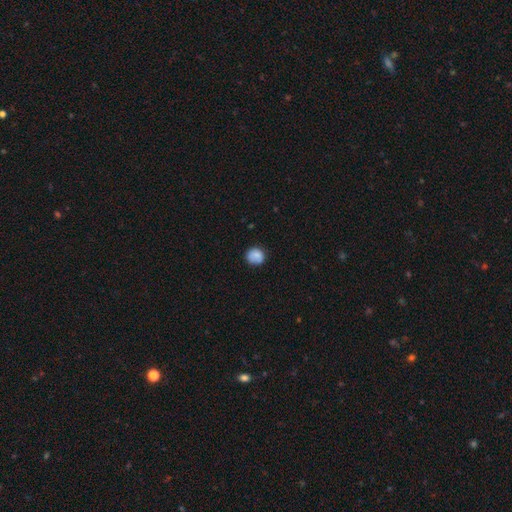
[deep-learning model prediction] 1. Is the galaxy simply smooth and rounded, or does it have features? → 82% smooth, 9% featured or disk, 8% star or artifact.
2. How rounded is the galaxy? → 87% round, 12% in between, 1% cigar-shaped.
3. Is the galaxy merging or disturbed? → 78% none, 16% minor disturbance, 4% major disturbance, 2% merger.